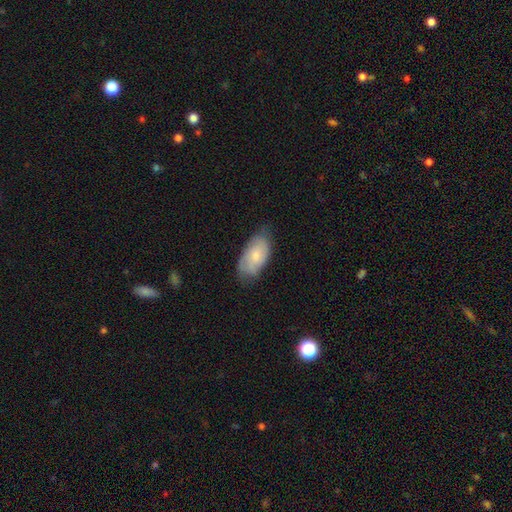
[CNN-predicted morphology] Smooth or featured? Predicted: smooth (p=0.62). How rounded? Predicted: in between (p=0.93). Merging? Predicted: none (p=0.65).